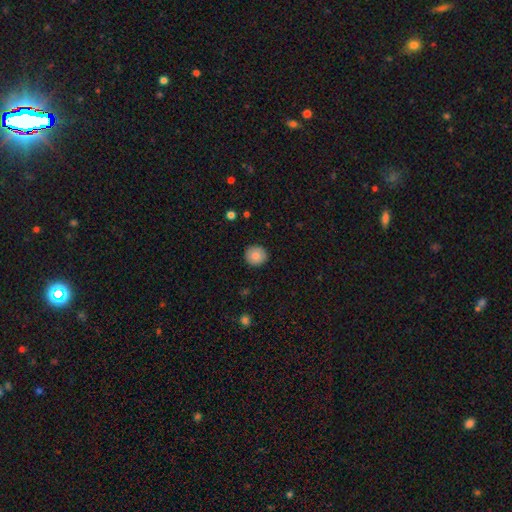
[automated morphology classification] smooth_or_featured: smooth (p=0.85) [alt: star or artifact p=0.08]
how_rounded: round (p=0.93) [alt: in between p=0.06]
merging: none (p=0.91) [alt: minor disturbance p=0.06]